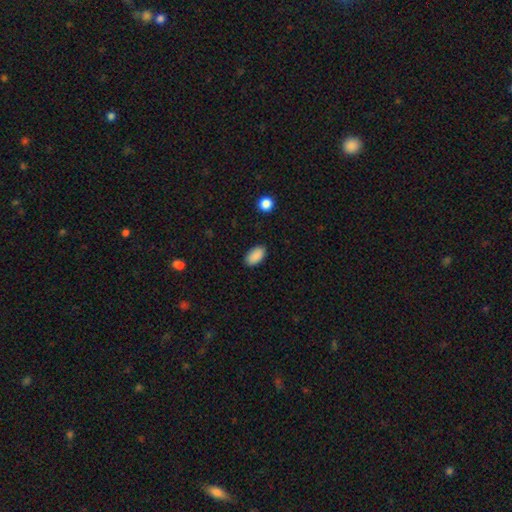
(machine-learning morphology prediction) The model was most divided on "merging": none: 88%, minor disturbance: 8%, major disturbance: 2%, merger: 1%. More confident: how rounded — in between (94%); smooth or featured — smooth (90%).